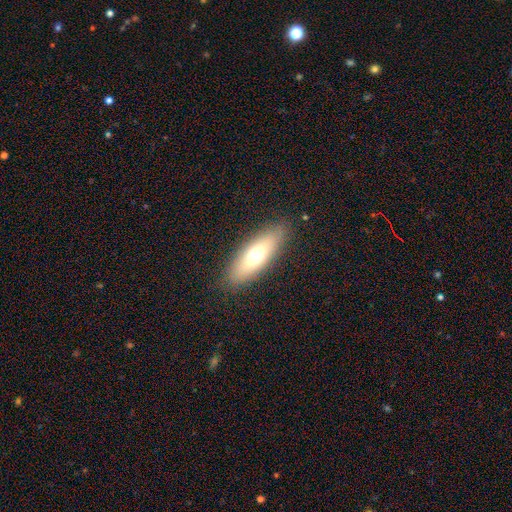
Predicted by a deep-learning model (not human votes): Smooth or featured? smooth (63%)
How rounded? in between (55%)
Merging? none (87%)